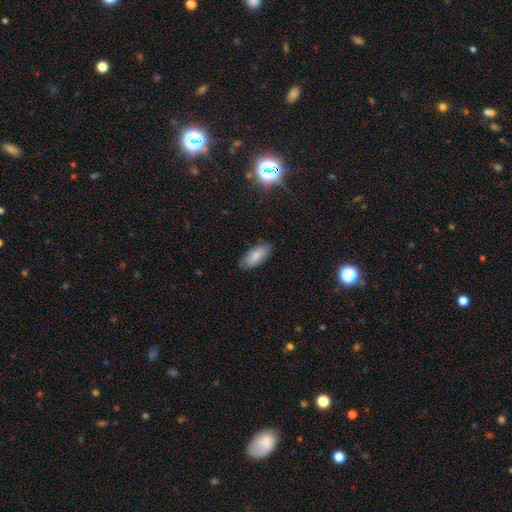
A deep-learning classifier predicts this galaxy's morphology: A smooth galaxy with no disk features (84%) that is in between round and cigar-shaped (85%).

Vote fractions:
- Smooth or featured? smooth: 84% / featured or disk: 9% / star or artifact: 7%
- How rounded? in between: 85% / cigar-shaped: 13% / round: 2%
- Merging? none: 83% / minor disturbance: 13% / major disturbance: 2% / merger: 1%